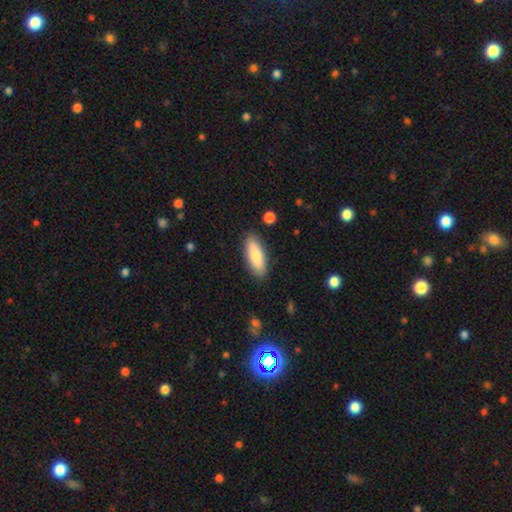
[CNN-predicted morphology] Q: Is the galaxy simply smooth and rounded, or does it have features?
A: smooth — 81%.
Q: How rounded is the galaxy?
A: in between — 70%.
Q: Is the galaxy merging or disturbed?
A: none — 86%.